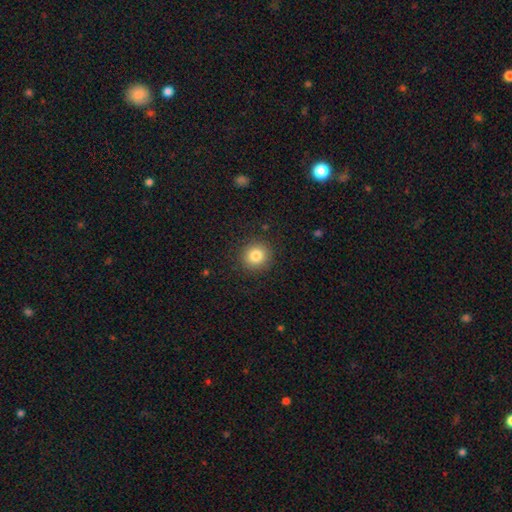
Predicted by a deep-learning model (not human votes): A smooth galaxy with no disk features (83%) that is round (89%). Merging: none (90%).